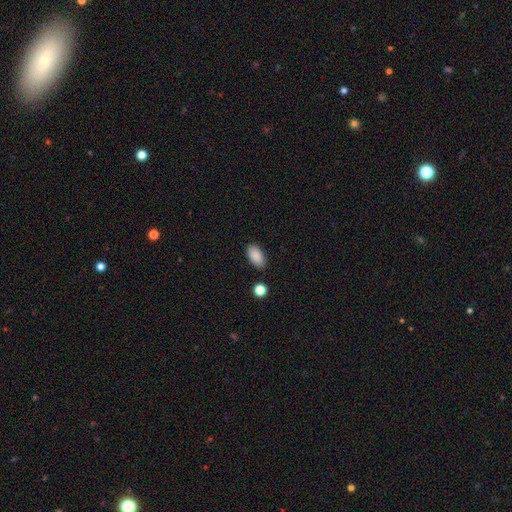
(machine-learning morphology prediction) This appears to be a smooth galaxy with no disk features (89%) that is in between round and cigar-shaped (94%). Merging: none (86%).